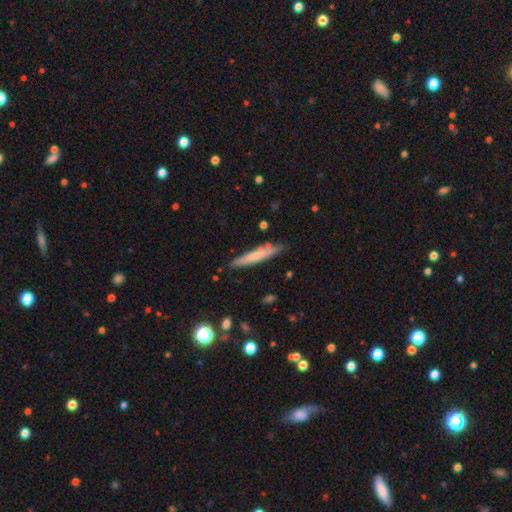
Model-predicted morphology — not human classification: Smooth or featured? Predicted: smooth (p=0.64). How rounded? Predicted: cigar-shaped (p=0.92). Merging? Predicted: none (p=0.80).